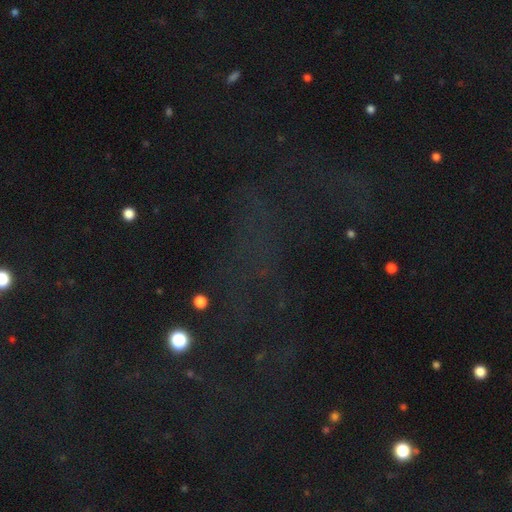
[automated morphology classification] Smooth or featured? Predicted: star or artifact (p=0.69).